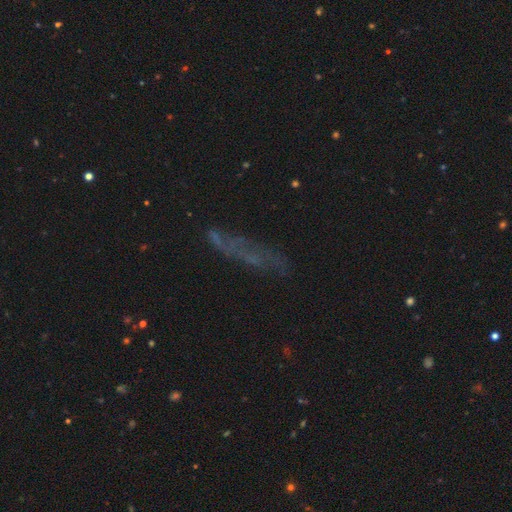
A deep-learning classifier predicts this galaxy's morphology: smooth_or_featured: featured or disk (p=0.40) [alt: smooth p=0.37]
merging: none (p=0.58) [alt: minor disturbance p=0.20]